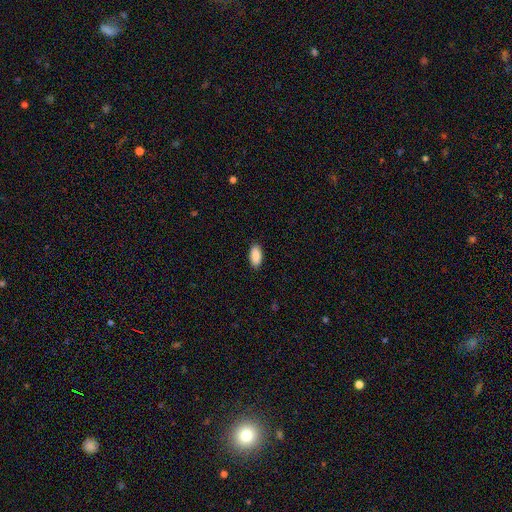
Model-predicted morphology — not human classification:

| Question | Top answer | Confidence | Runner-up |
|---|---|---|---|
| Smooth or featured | smooth | 90% | star or artifact (6%) |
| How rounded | in between | 93% | cigar-shaped (5%) |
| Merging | none | 89% | minor disturbance (8%) |